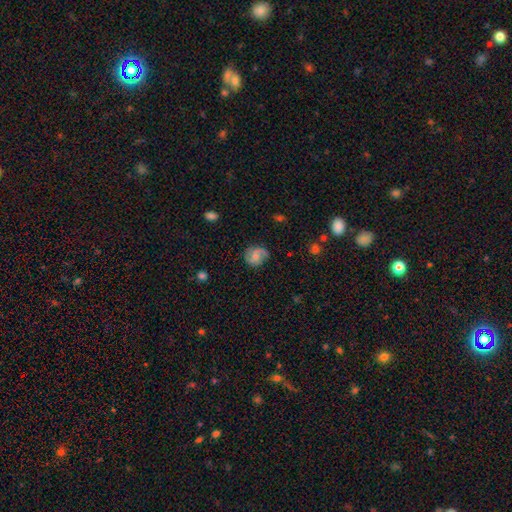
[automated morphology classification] Q: Smooth or featured?
A: featured or disk (56%); runner-up: smooth (35%)
Q: Edge-on disk?
A: no (98%); runner-up: yes (2%)
Q: Bar?
A: no (63%); runner-up: weak (32%)
Q: Spiral arms?
A: yes (90%); runner-up: no (10%)
Q: Bulge size?
A: moderate (44%); tied with: small (44%)
Q: Merging?
A: none (69%); runner-up: minor disturbance (22%)